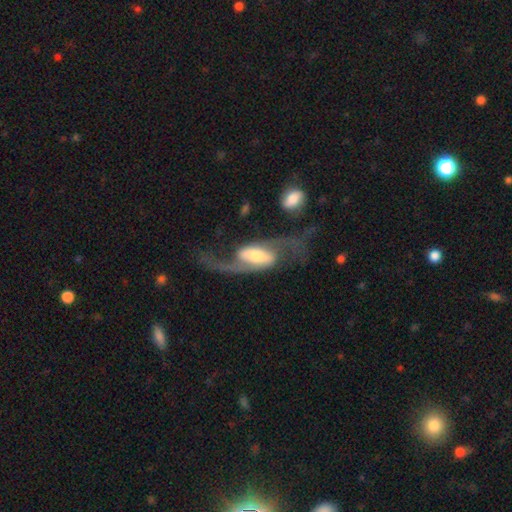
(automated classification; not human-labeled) The model was most divided on "bar": strong: 40%, weak: 36%, no: 24%. Remaining: spiral arms — yes (94%); edge-on disk — no (94%); spiral arm count — 2 (89%); smooth or featured — featured or disk (85%); spiral winding — loose (77%); merging — none (51%); bulge size — moderate (47%).